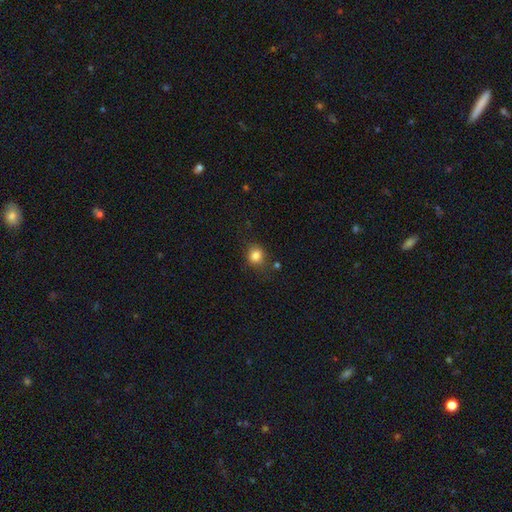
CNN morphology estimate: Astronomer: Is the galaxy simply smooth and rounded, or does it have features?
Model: smooth — 83%.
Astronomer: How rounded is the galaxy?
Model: round — 74%.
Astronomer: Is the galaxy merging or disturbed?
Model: none — 76%.